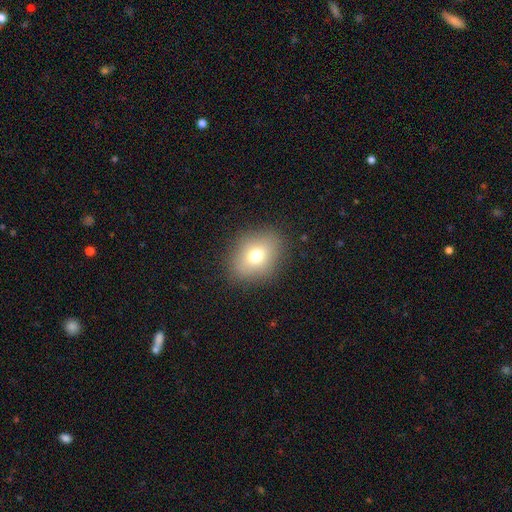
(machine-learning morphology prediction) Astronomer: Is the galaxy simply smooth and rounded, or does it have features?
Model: smooth — 72%.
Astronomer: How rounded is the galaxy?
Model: in between — 54% (runner-up: round, 45%).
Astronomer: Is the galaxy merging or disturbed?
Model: none — 84%.